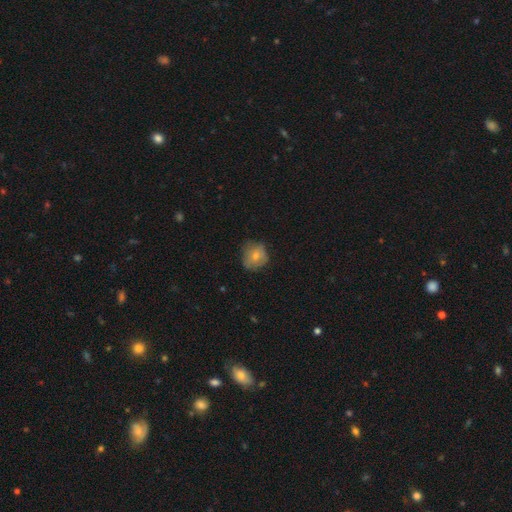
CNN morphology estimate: A smooth galaxy with no disk features (68%) that is round (77%).

Vote fractions:
- Smooth or featured? smooth: 68% / featured or disk: 23% / star or artifact: 9%
- How rounded? round: 77% / in between: 22% / cigar-shaped: 1%
- Merging? none: 62% / minor disturbance: 28% / major disturbance: 9% / merger: 1%